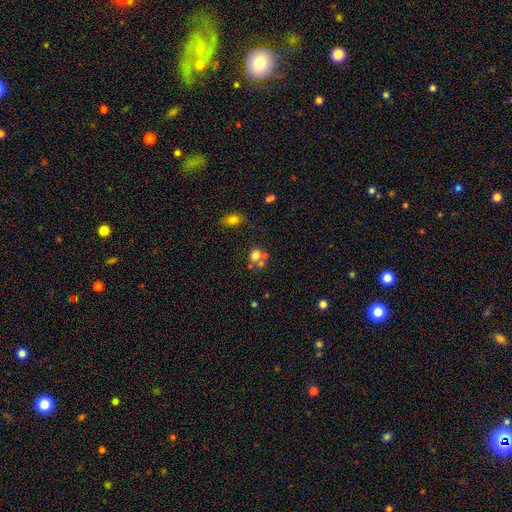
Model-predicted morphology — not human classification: smooth_or_featured: smooth (p=0.70) [alt: featured or disk p=0.17]
how_rounded: round (p=0.73) [alt: in between p=0.26]
merging: merger (p=0.43) [alt: none p=0.40]